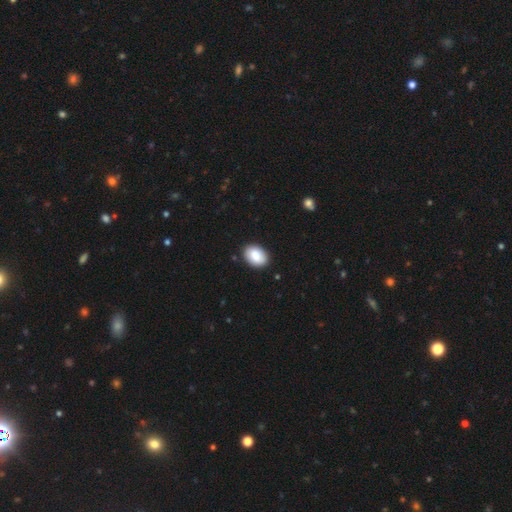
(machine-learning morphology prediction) Q: Smooth or featured?
A: smooth (84%); runner-up: featured or disk (9%)
Q: How rounded?
A: in between (78%); runner-up: round (21%)
Q: Merging?
A: none (88%); runner-up: minor disturbance (9%)